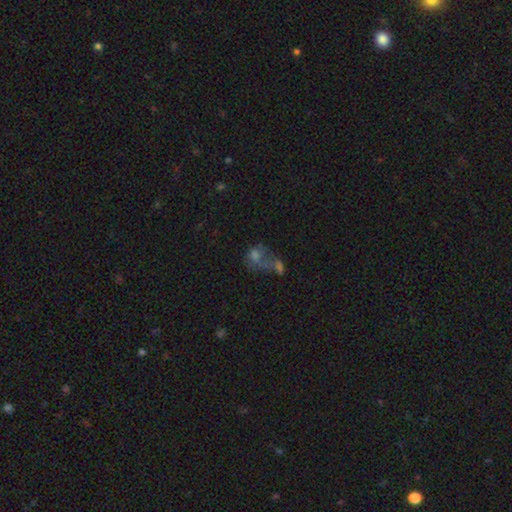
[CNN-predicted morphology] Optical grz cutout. It shows a smooth galaxy with no disk features (43%). Merging: merger (46%).